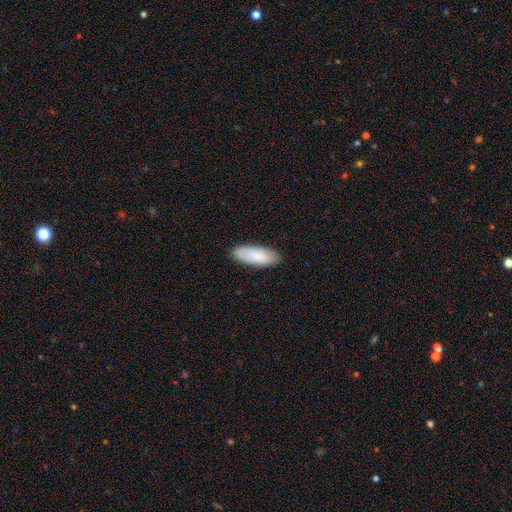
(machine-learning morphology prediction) type=smooth (83%); roundness=in between (74%); merging=none (85%).